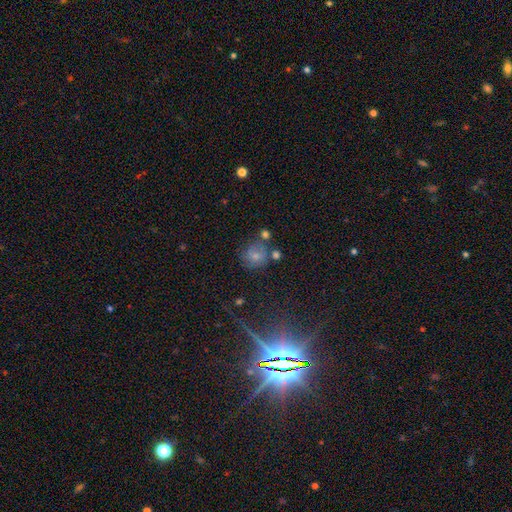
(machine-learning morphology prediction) This appears to be a smooth galaxy with no disk features (69%) that is round (78%). Merging: none (56%).